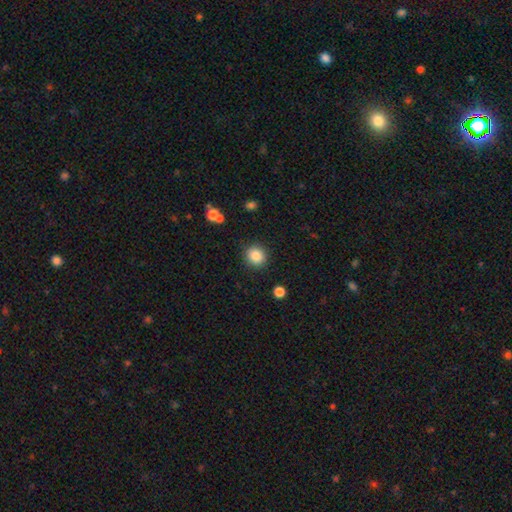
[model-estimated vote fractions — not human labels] Overall: smooth (86%). How rounded: round (87%). Merging: none (89%).